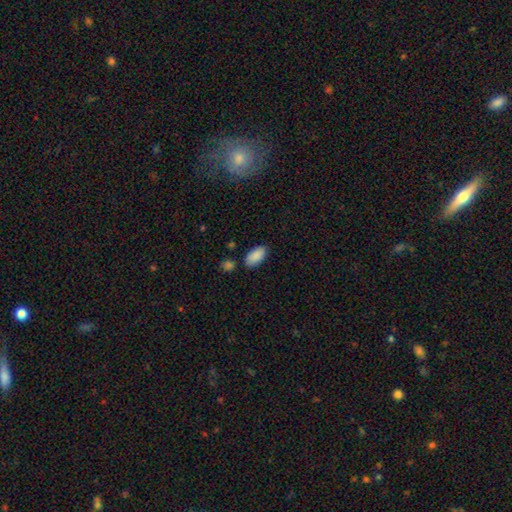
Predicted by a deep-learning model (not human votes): Smooth or featured? Predicted: smooth (p=0.89). How rounded? Predicted: in between (p=0.93). Merging? Predicted: none (p=0.80).